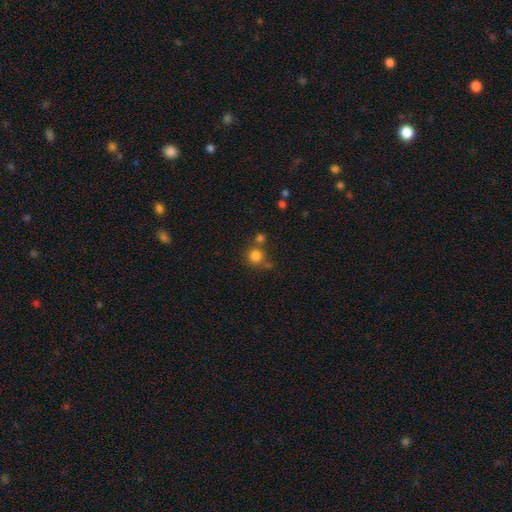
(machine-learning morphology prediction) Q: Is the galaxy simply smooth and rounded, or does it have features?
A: smooth — 81%.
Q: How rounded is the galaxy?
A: round — 92%.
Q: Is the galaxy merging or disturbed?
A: none — 63%.